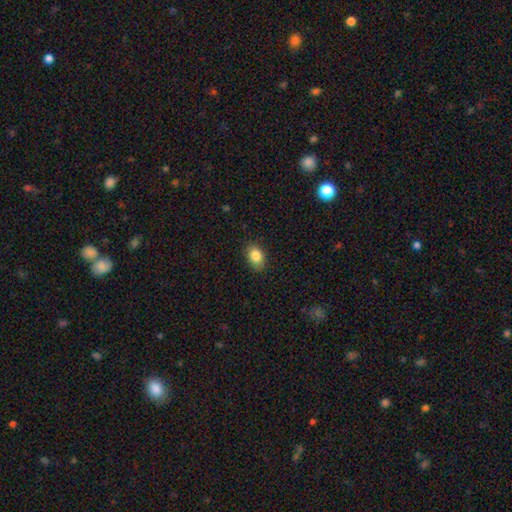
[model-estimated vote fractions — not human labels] This is clearly a smooth galaxy (85%). How rounded: likely in between (76%). Merging: clearly none (85%).